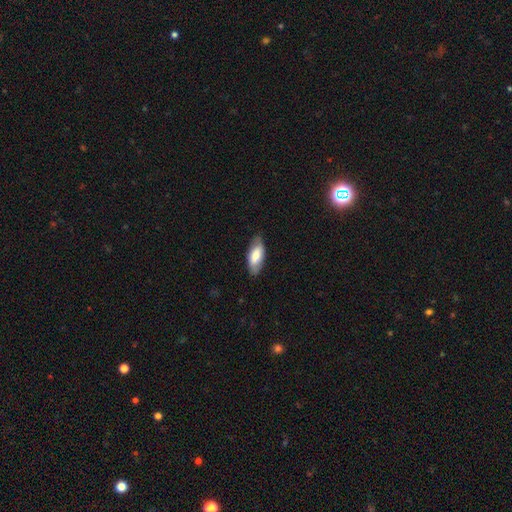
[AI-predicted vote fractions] The model was most divided on "smooth or featured": smooth: 70%, featured or disk: 24%, star or artifact: 6%. More confident: how rounded — in between (85%); merging — none (81%).